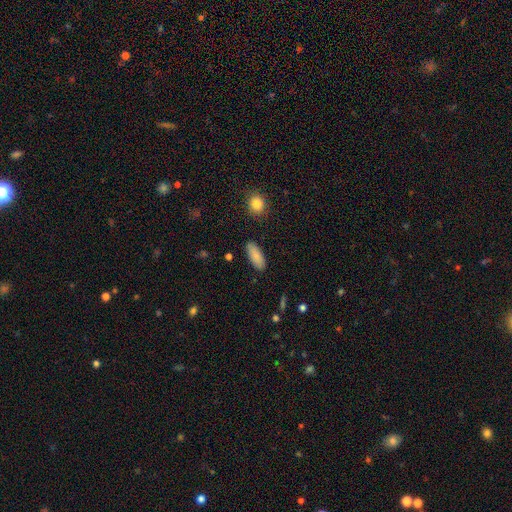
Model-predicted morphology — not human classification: This appears to be a smooth galaxy with no disk features (88%) that is in between round and cigar-shaped (77%). Merging: none (88%).